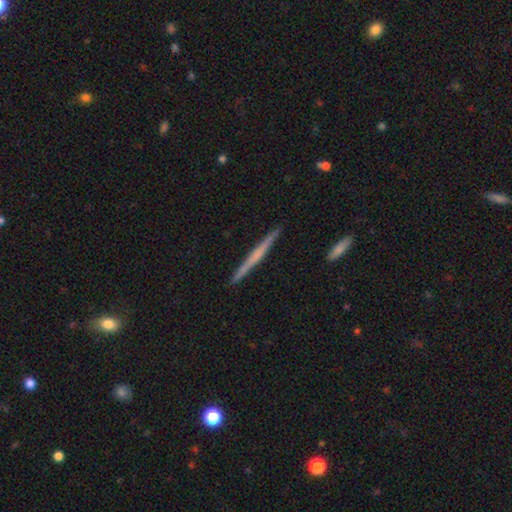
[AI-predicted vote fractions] smooth-or-featured: featured or disk: 58% | smooth: 37% | star or artifact: 6%
  disk-edge-on: yes: 98% | no: 2%
    edge-on-bulge: none: 68% | rounded: 24% | boxy: 9%
  merging: none: 92% | minor disturbance: 6% | major disturbance: 1% | merger: 1%